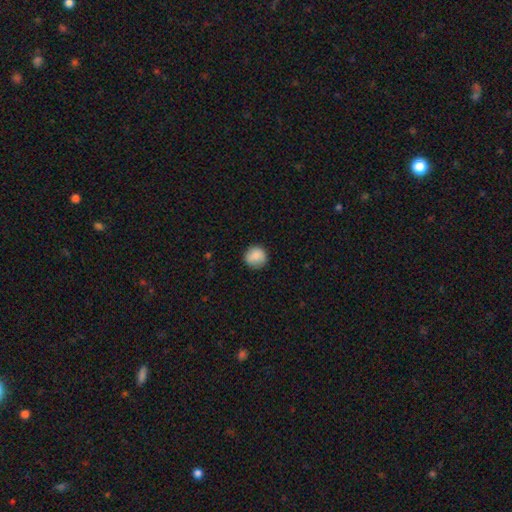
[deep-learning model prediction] A smooth galaxy with no disk features (86%) that is round (92%). Merging: none (86%).